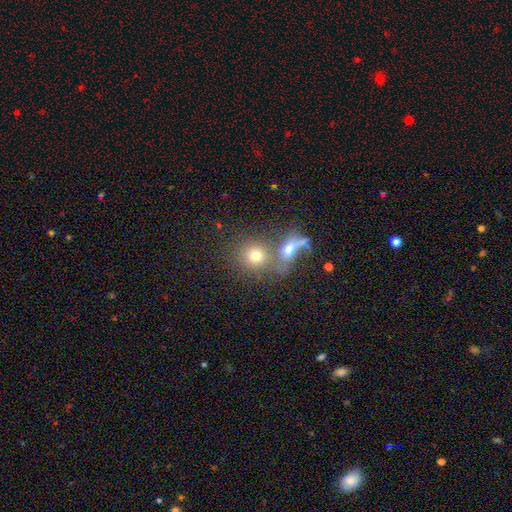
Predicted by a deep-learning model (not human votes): Morphology: type=smooth (71%); roundness=round (78%); merging=merger (47%).